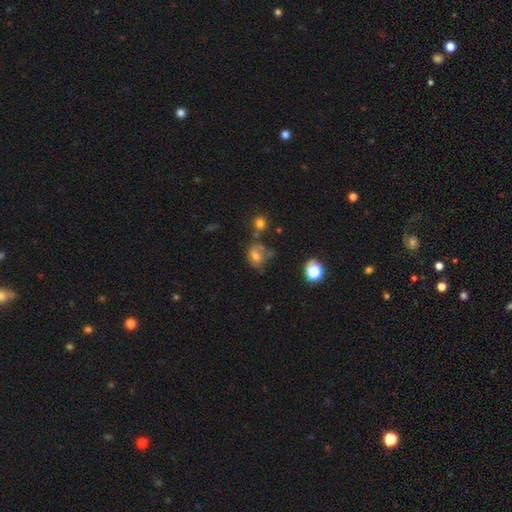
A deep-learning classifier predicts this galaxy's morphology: A smooth galaxy with no disk features (65%) that is in between round and cigar-shaped (51%).

Vote fractions:
- Smooth or featured? smooth: 65% / featured or disk: 19% / star or artifact: 16%
- How rounded? in between: 51% / round: 48% / cigar-shaped: 1%
- Merging? none: 42% / minor disturbance: 25% / major disturbance: 18% / merger: 16%